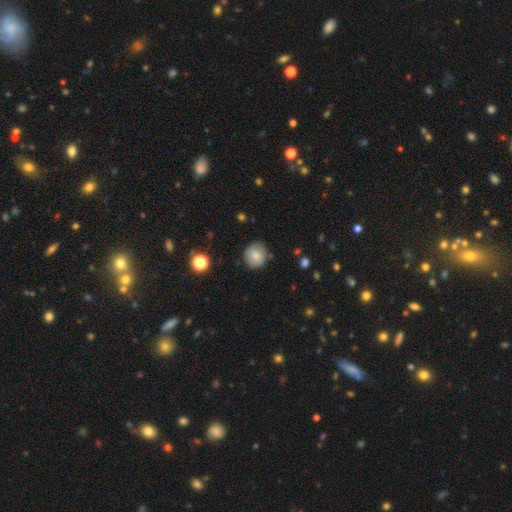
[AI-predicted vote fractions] Overall: smooth (81%). How rounded: round (85%). Merging: none (79%).